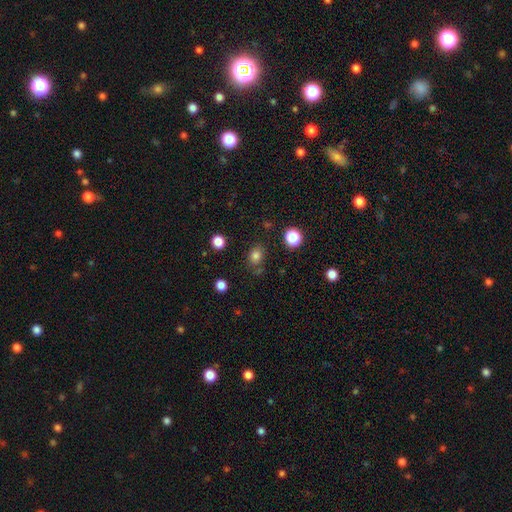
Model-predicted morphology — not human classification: This appears to be a smooth galaxy with no disk features (79%) that is in between round and cigar-shaped (52%). Merging: none (75%).